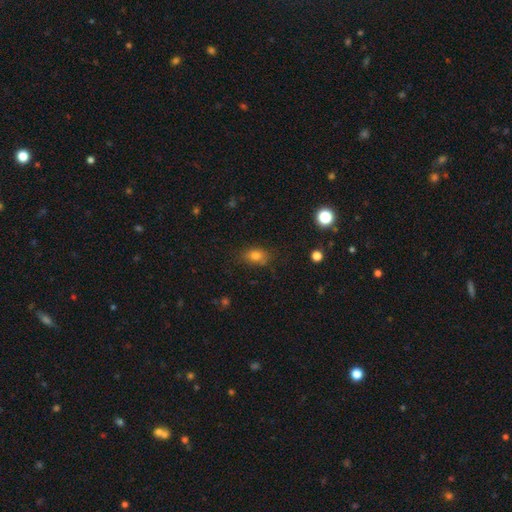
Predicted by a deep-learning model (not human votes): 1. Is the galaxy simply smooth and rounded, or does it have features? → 78% smooth, 14% star or artifact, 9% featured or disk.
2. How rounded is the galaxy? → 74% in between, 23% round, 3% cigar-shaped.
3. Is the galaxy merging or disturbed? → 74% none, 18% minor disturbance, 5% major disturbance, 3% merger.